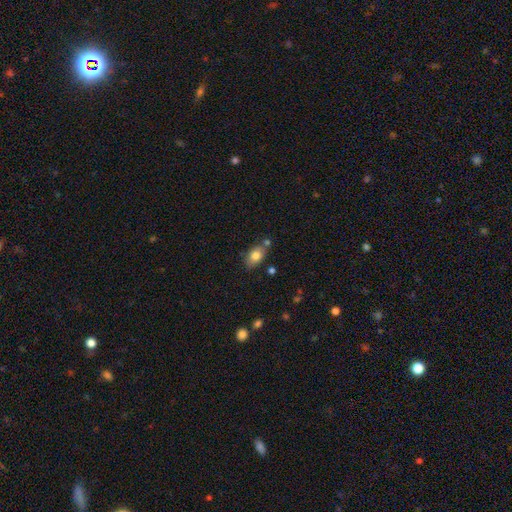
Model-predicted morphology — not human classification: Smooth or featured?
  - smooth: 78% *
  - featured or disk: 13%
  - star or artifact: 8%
How rounded?
  - in between: 85% *
  - round: 13%
  - cigar-shaped: 2%
Merging?
  - none: 69% *
  - minor disturbance: 16%
  - merger: 11%
  - major disturbance: 4%